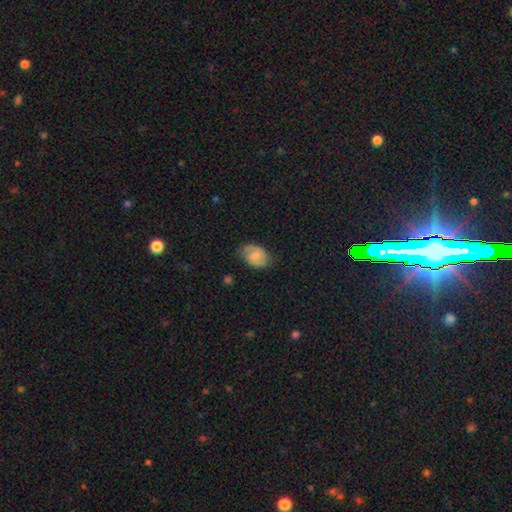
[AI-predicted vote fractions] Smooth or featured? Predicted: smooth (p=0.54). How rounded? Predicted: in between (p=0.78). Merging? Predicted: none (p=0.68).